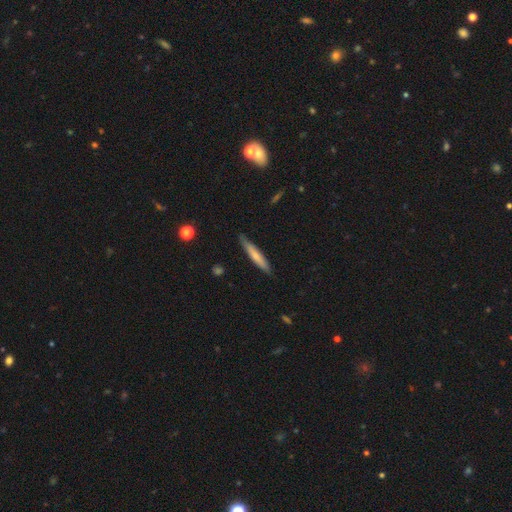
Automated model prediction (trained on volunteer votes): This is likely a smooth galaxy (64%). How rounded: clearly cigar-shaped (93%). Merging: clearly none (85%).